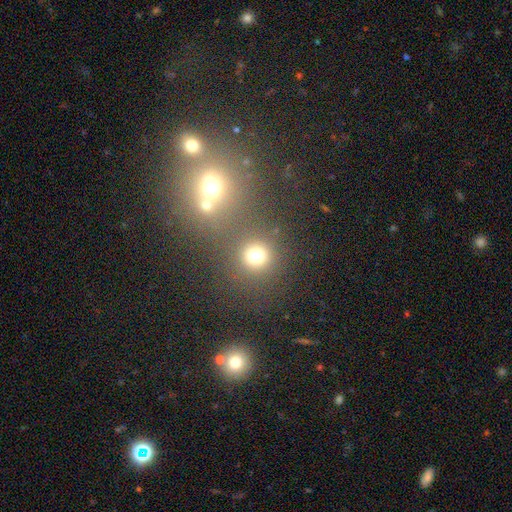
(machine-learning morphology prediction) This is likely a smooth galaxy (71%). How rounded: clearly round (91%). Merging: likely none (75%).